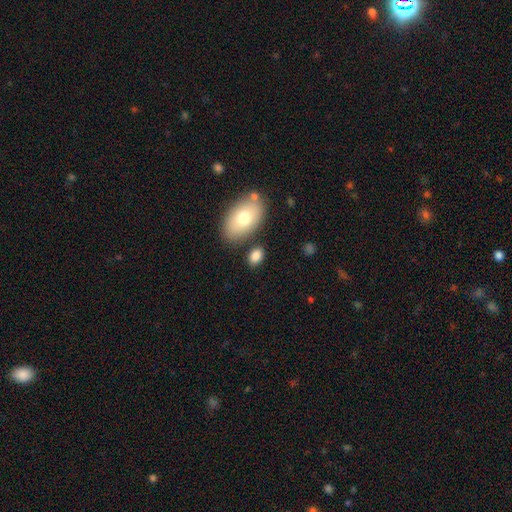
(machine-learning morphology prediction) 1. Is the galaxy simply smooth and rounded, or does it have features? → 83% smooth, 9% featured or disk, 8% star or artifact.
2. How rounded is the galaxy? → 86% in between, 12% round, 2% cigar-shaped.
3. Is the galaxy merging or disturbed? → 74% none, 12% minor disturbance, 9% merger, 4% major disturbance.